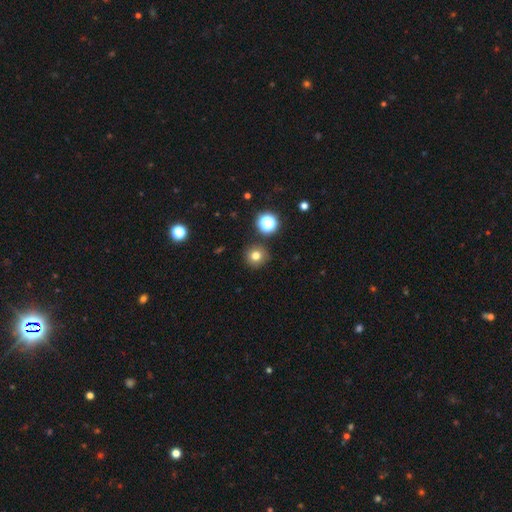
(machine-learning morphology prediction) Smooth or featured?
  - smooth: 76% *
  - star or artifact: 16%
  - featured or disk: 8%
How rounded?
  - round: 93% *
  - in between: 6%
  - cigar-shaped: 1%
Merging?
  - none: 88% *
  - minor disturbance: 7%
  - merger: 3%
  - major disturbance: 2%